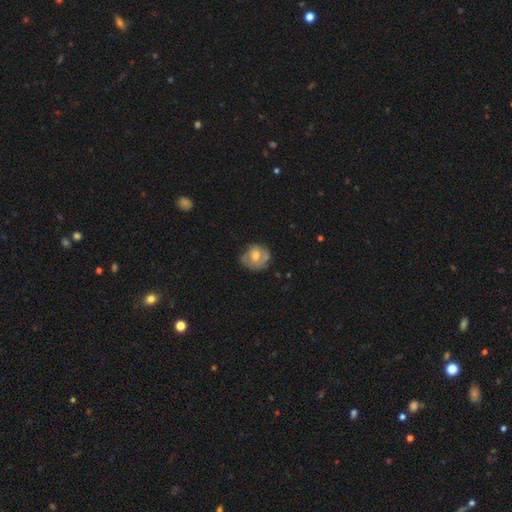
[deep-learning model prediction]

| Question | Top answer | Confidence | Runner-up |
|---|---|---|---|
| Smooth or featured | smooth | 49% | featured or disk (43%) |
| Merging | none | 62% | minor disturbance (26%) |